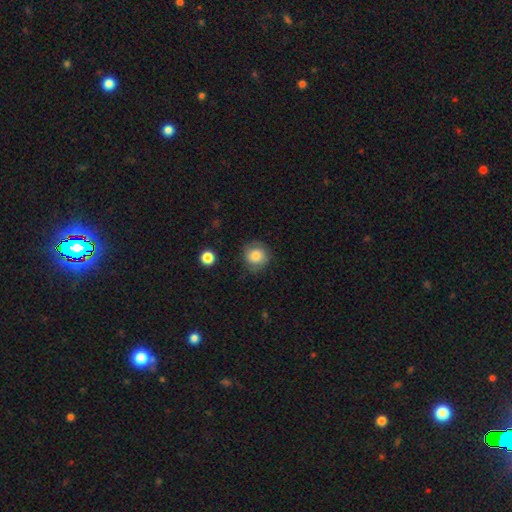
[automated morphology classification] A smooth galaxy with no disk features (70%) that is round (89%).

Vote fractions:
- Smooth or featured? smooth: 70% / featured or disk: 21% / star or artifact: 9%
- How rounded? round: 89% / in between: 10% / cigar-shaped: 1%
- Merging? none: 77% / minor disturbance: 16% / major disturbance: 6% / merger: 1%